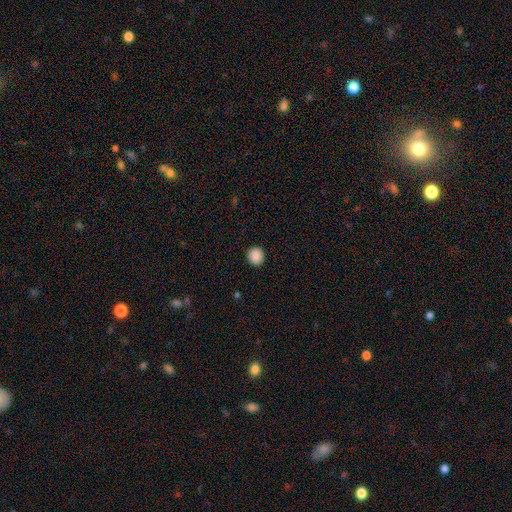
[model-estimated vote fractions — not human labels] smooth 89%, star or artifact 9%, featured or disk 3%. Down the decision tree: how rounded — round (87%); merging — none (92%).